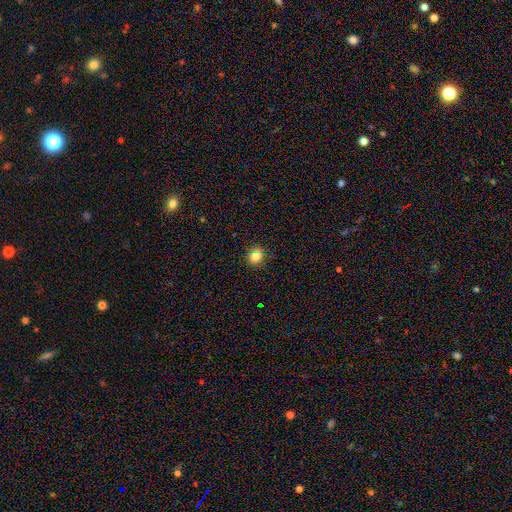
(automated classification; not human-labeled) Smooth or featured? Predicted: smooth (p=0.81). How rounded? Predicted: round (p=0.78). Merging? Predicted: none (p=0.88).